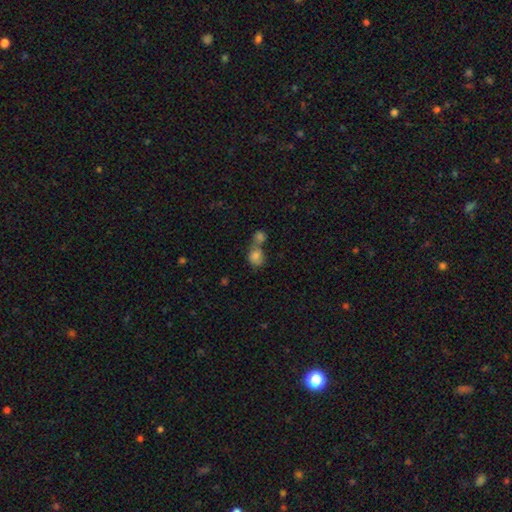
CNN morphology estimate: A smooth galaxy with no disk features (78%) that is round (63%).

Vote fractions:
- Smooth or featured? smooth: 78% / featured or disk: 11% / star or artifact: 11%
- How rounded? round: 63% / in between: 35% / cigar-shaped: 1%
- Merging? merger: 60% / none: 28% / minor disturbance: 8% / major disturbance: 4%